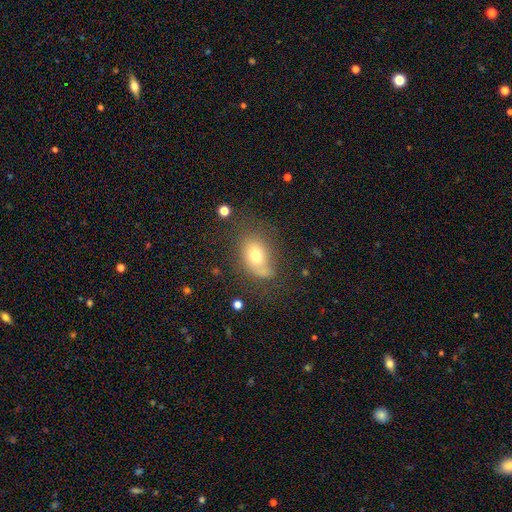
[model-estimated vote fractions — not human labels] smooth-or-featured: smooth: 69% | featured or disk: 20% | star or artifact: 12%
  how-rounded: in between: 77% | round: 21% | cigar-shaped: 1%
  merging: none: 56% | minor disturbance: 25% | major disturbance: 14% | merger: 5%